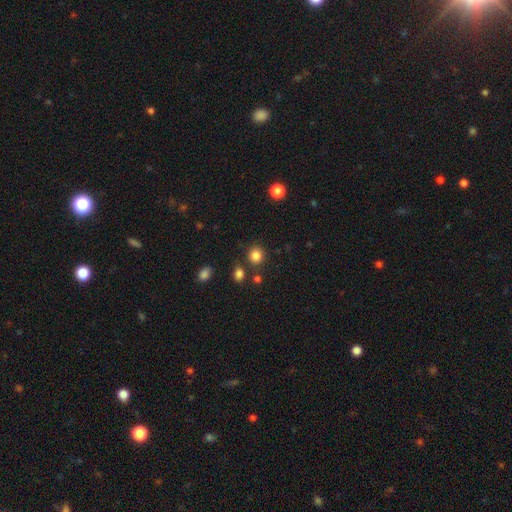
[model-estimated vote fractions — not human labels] Morphology: type=smooth (84%); roundness=round (83%); merging=none (82%).